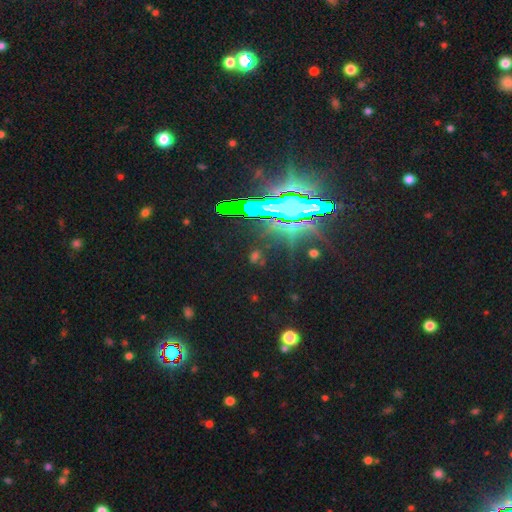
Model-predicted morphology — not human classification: smooth-or-featured: star or artifact: 73% | smooth: 14% | featured or disk: 13%